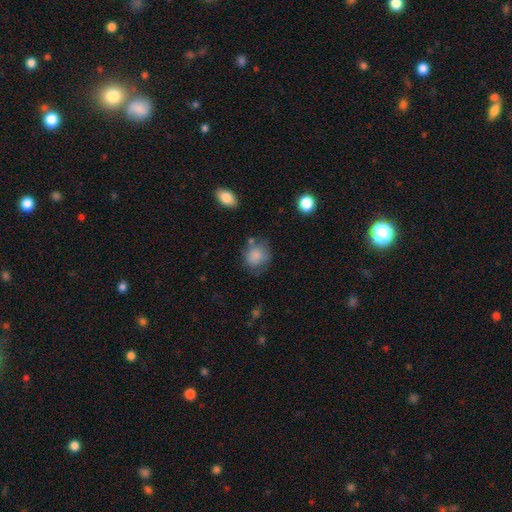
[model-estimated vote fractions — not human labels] The model was most divided on "merging": none: 59%, minor disturbance: 25%, major disturbance: 10%, merger: 6%. More confident: smooth or featured — smooth (83%); how rounded — round (71%).